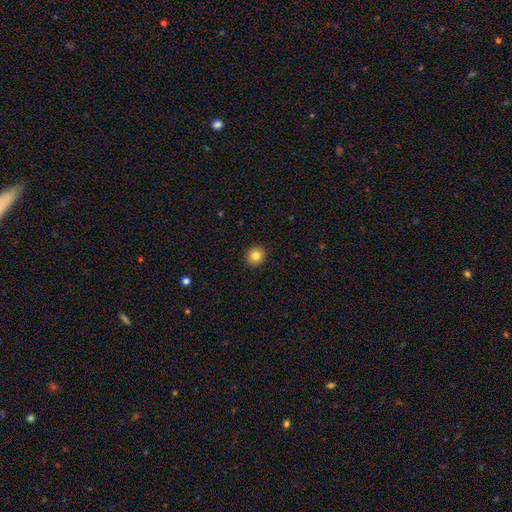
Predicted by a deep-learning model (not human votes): Smooth or featured? Predicted: smooth (p=0.83). How rounded? Predicted: round (p=0.85). Merging? Predicted: none (p=0.92).